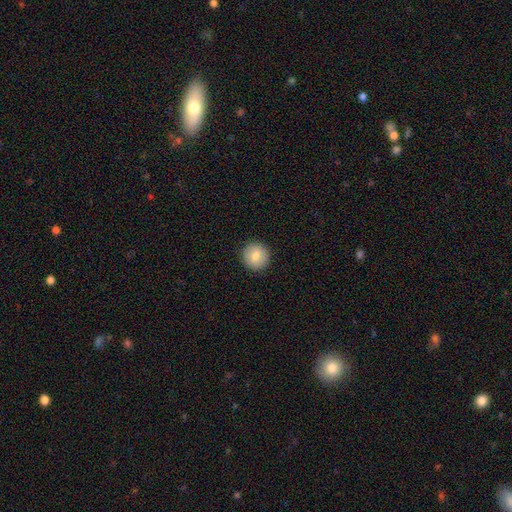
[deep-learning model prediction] This is likely a smooth galaxy (80%). How rounded: clearly round (95%). Merging: clearly none (92%).